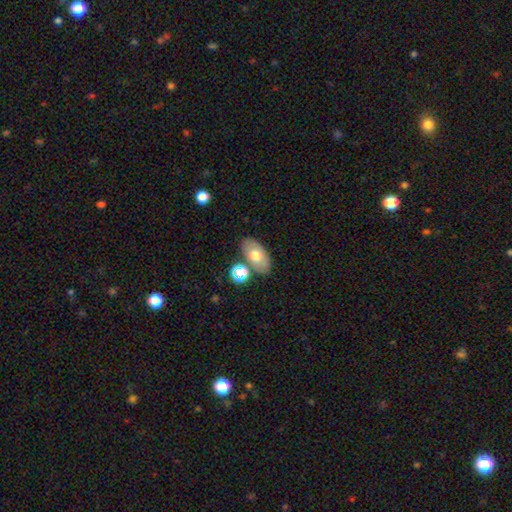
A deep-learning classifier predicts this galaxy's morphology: smooth_or_featured: smooth (p=0.67) [alt: featured or disk p=0.25]
how_rounded: in between (p=0.91) [alt: round p=0.07]
merging: none (p=0.77) [alt: minor disturbance p=0.11]